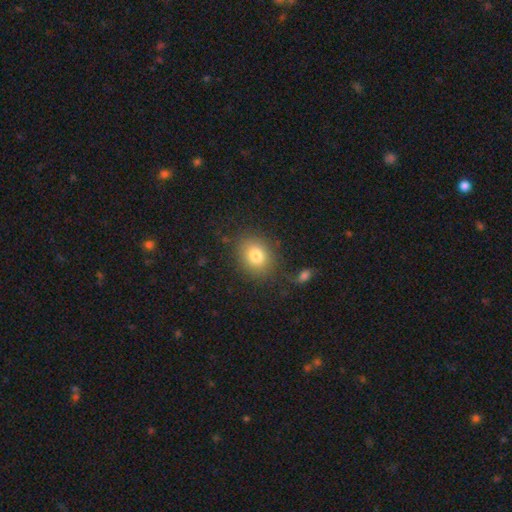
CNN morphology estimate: This is likely a smooth galaxy (80%). How rounded: likely round (62%). Merging: clearly none (81%).